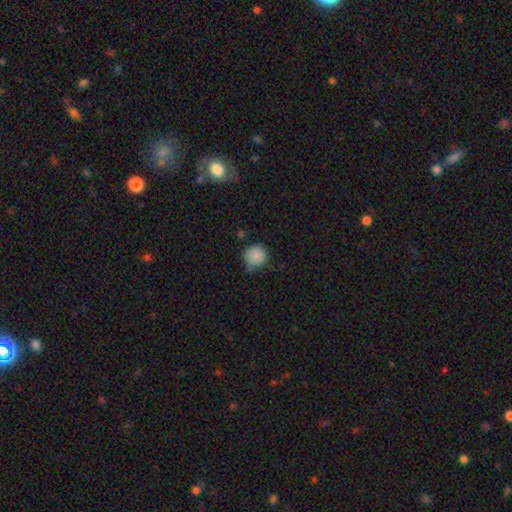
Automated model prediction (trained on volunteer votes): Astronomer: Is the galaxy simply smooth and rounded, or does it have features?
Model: smooth — 86%.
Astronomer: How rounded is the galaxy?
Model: round — 90%.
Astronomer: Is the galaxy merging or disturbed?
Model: none — 66%.